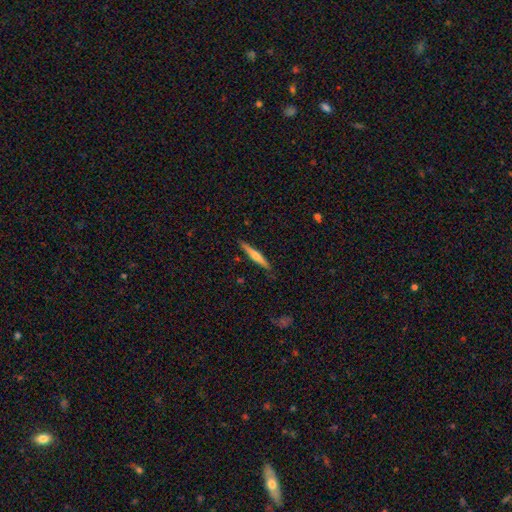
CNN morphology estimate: Smooth or featured?
  - featured or disk: 51% *
  - smooth: 44%
  - star or artifact: 6%
Edge-on disk?
  - yes: 96% *
  - no: 4%
Merging?
  - none: 88% *
  - minor disturbance: 9%
  - major disturbance: 2%
  - merger: 1%